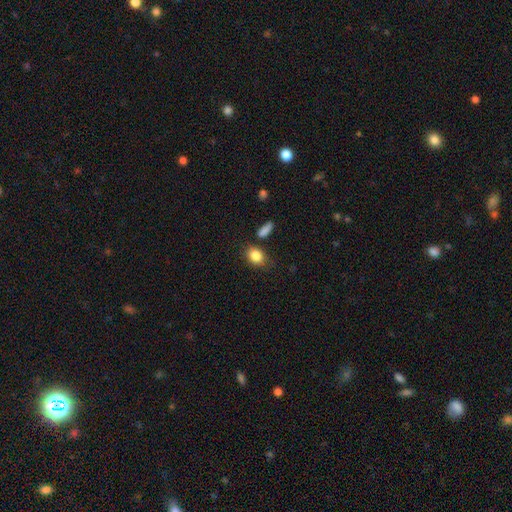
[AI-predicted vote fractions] Morphology: type=smooth (85%); roundness=in between (65%); merging=none (71%).